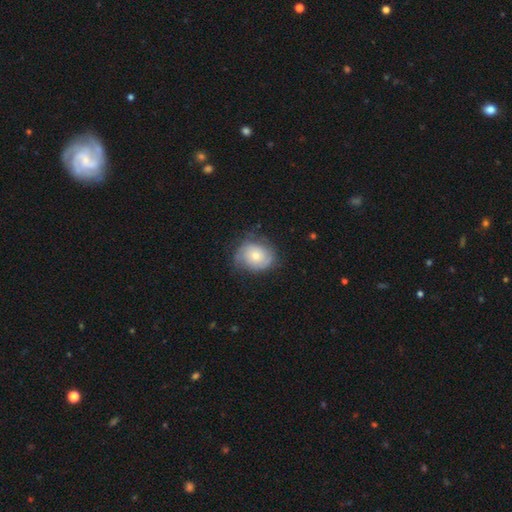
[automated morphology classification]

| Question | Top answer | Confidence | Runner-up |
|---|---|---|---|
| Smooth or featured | featured or disk | 51% | smooth (42%) |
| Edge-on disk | no | 97% | yes (3%) |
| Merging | none | 65% | minor disturbance (24%) |